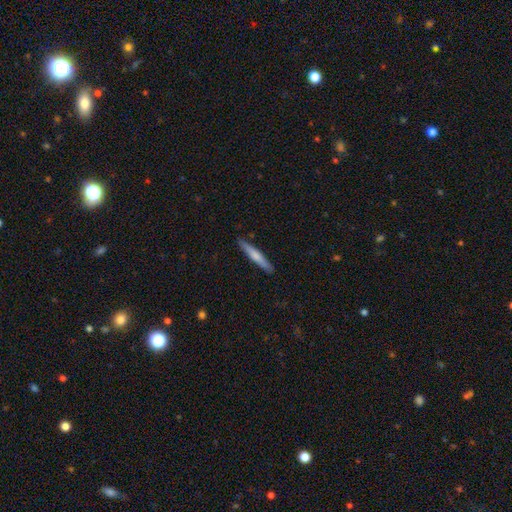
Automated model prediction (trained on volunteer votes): A smooth galaxy with no disk features (62%) that is cigar-shaped (95%). Merging: none (89%).